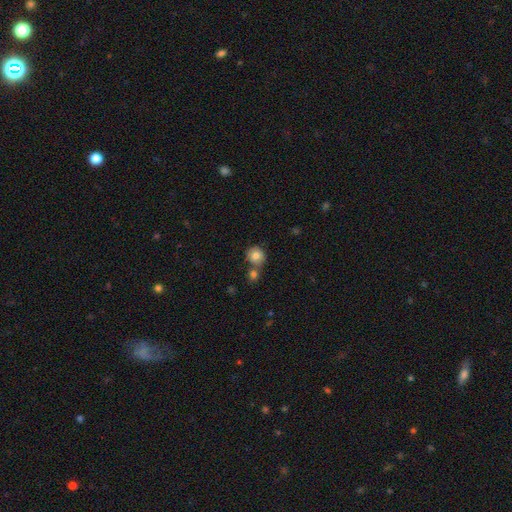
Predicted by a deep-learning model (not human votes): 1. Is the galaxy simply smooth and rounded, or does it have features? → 80% smooth, 11% featured or disk, 9% star or artifact.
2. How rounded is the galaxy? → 87% round, 12% in between, 1% cigar-shaped.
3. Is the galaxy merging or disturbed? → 58% none, 27% merger, 11% minor disturbance, 3% major disturbance.